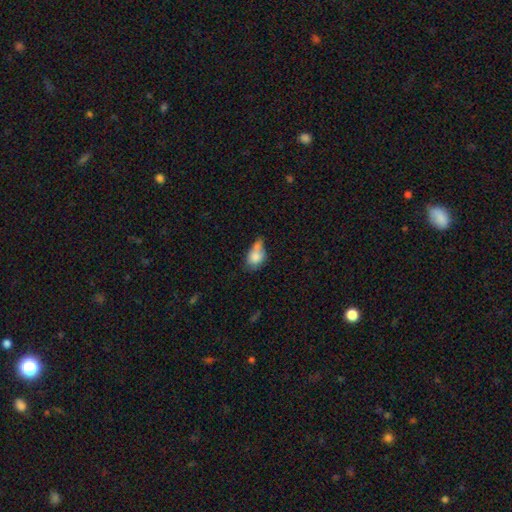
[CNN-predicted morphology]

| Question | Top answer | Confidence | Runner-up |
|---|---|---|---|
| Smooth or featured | smooth | 75% | featured or disk (16%) |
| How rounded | in between | 70% | round (27%) |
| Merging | merger | 31% | minor disturbance (28%) |